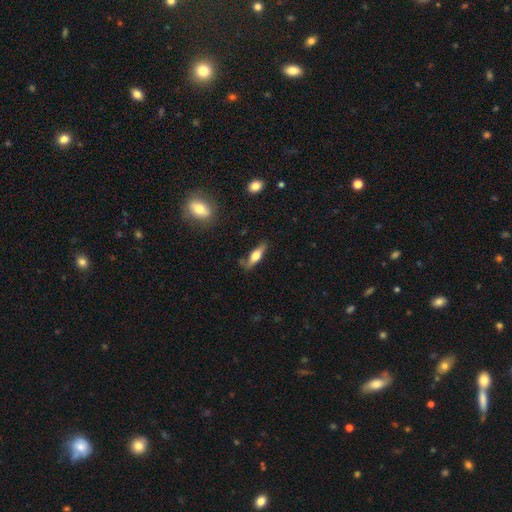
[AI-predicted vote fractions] A smooth galaxy with no disk features (52%) that is cigar-shaped (54%). Merging: none (77%).